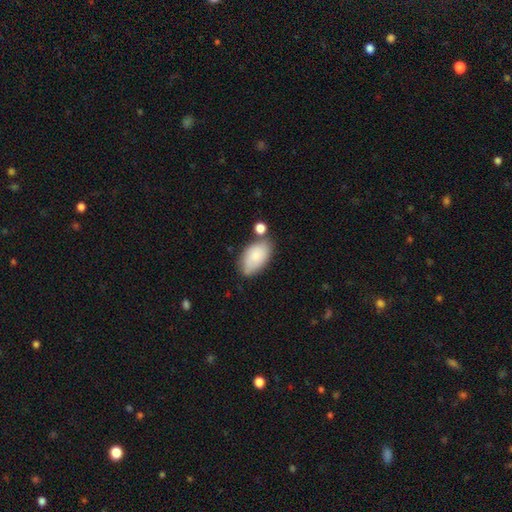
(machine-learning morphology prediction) This appears to be a smooth galaxy with no disk features (80%) that is in between round and cigar-shaped (94%). Merging: none (58%).